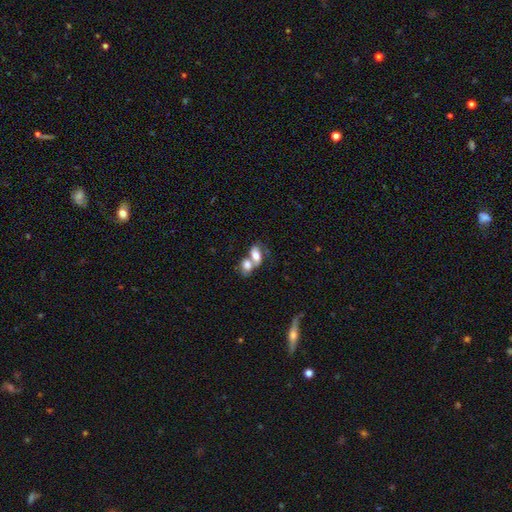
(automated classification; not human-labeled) The model was most divided on "smooth or featured": smooth: 69%, featured or disk: 23%, star or artifact: 8%. More confident: how rounded — in between (84%); merging — merger (71%).